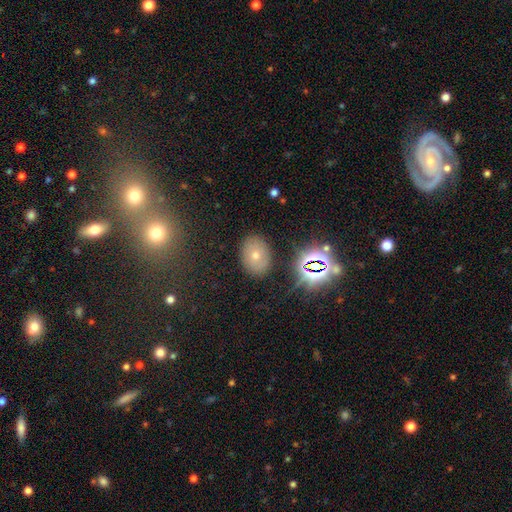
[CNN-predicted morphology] A smooth galaxy with no disk features (61%) that is in between round and cigar-shaped (72%). Merging: none (83%).